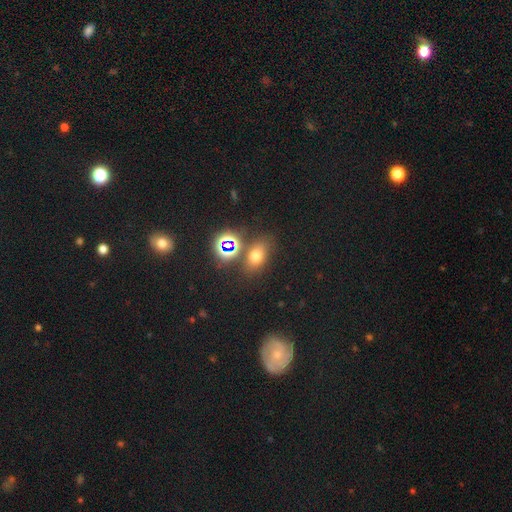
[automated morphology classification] smooth_or_featured: smooth (p=0.61) [alt: star or artifact p=0.28]
how_rounded: in between (p=0.70) [alt: round p=0.28]
merging: none (p=0.74) [alt: minor disturbance p=0.12]